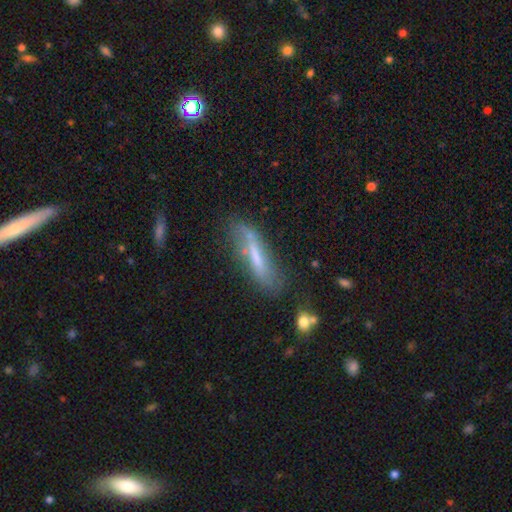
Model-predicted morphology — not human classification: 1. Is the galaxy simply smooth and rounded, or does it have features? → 46% featured or disk, 45% smooth, 9% star or artifact.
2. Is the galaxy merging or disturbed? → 53% none, 28% minor disturbance, 13% major disturbance, 7% merger.